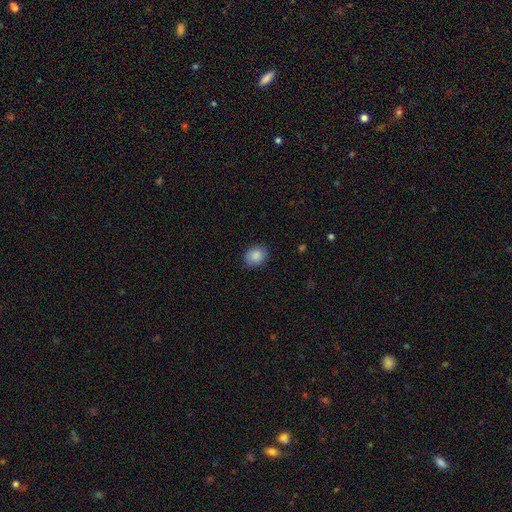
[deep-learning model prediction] smooth-or-featured: smooth: 88% | star or artifact: 8% | featured or disk: 4%
  how-rounded: round: 60% | in between: 39% | cigar-shaped: 1%
  merging: none: 85% | minor disturbance: 12% | major disturbance: 3% | merger: 1%